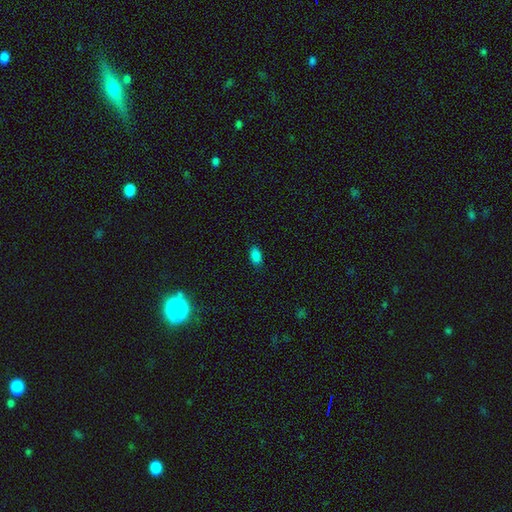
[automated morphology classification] Overall: smooth (84%). How rounded: in between (92%). Merging: none (86%).